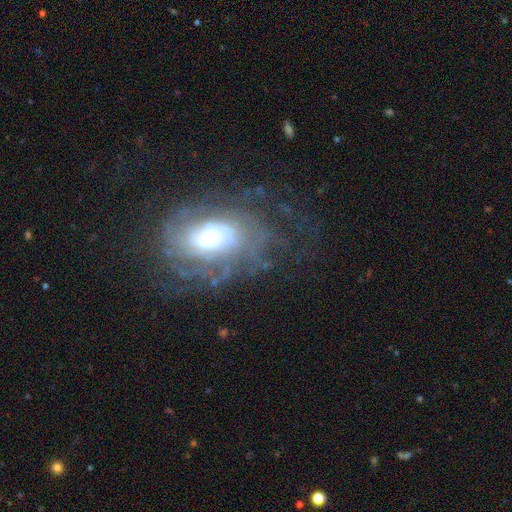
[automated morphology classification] A featured or disk galaxy (77%) with no bar (67%), tight (57%) spiral arms (88%) and a moderate central bulge (44%).

Vote fractions:
- Smooth or featured? featured or disk: 77% / smooth: 13% / star or artifact: 10%
- Edge-on disk? no: 95% / yes: 5%
- Bar? no: 67% / weak: 26% / strong: 7%
- Spiral arms? yes: 88% / no: 12%
- Spiral winding? tight: 57% / medium: 30% / loose: 13%
- Spiral arm count? can't tell: 49% / 2: 14% / 3: 11% / 4: 10% / more than 4: 9% / 1: 6%
- Bulge size? moderate: 44% / large: 27% / small: 22% / dominant: 4% / none: 3%
- Merging? none: 63% / minor disturbance: 18% / major disturbance: 17% / merger: 2%